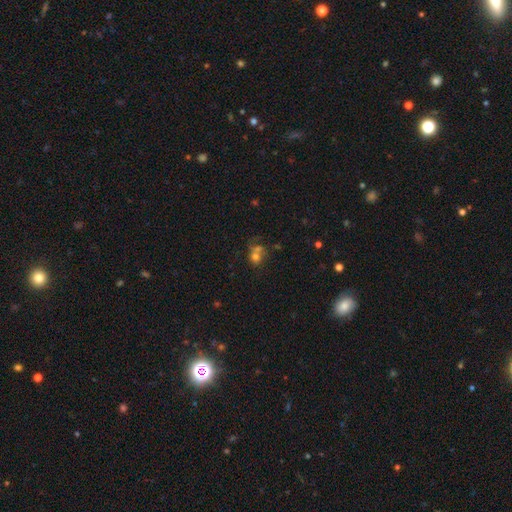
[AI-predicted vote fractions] Smooth or featured?
  - smooth: 61% *
  - star or artifact: 21%
  - featured or disk: 18%
How rounded?
  - round: 65% *
  - in between: 33%
  - cigar-shaped: 1%
Merging?
  - merger: 50% *
  - none: 31%
  - minor disturbance: 10%
  - major disturbance: 9%